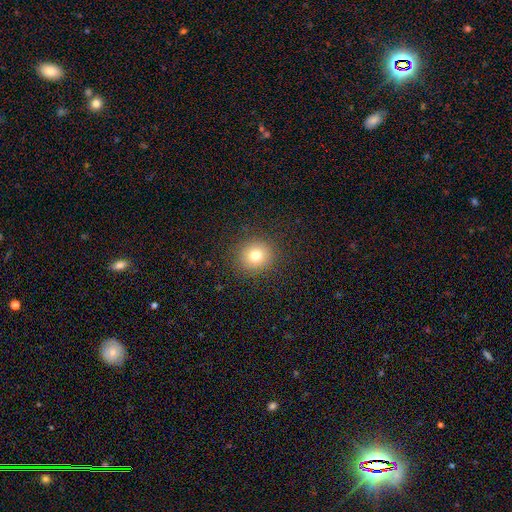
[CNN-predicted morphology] Smooth or featured? smooth (77%)
How rounded? round (90%)
Merging? none (90%)